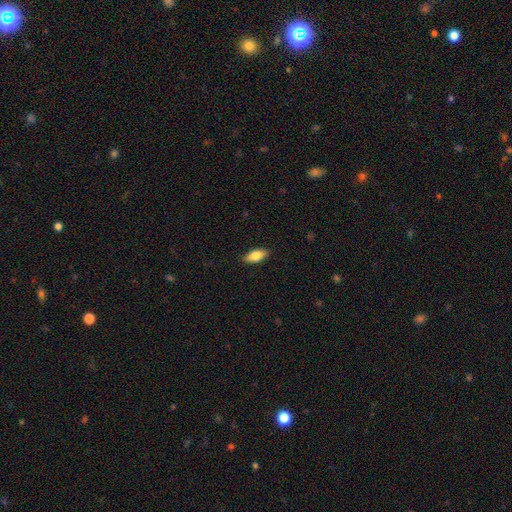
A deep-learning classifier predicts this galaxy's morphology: Overall: smooth (79%). How rounded: in between (83%). Merging: none (88%).